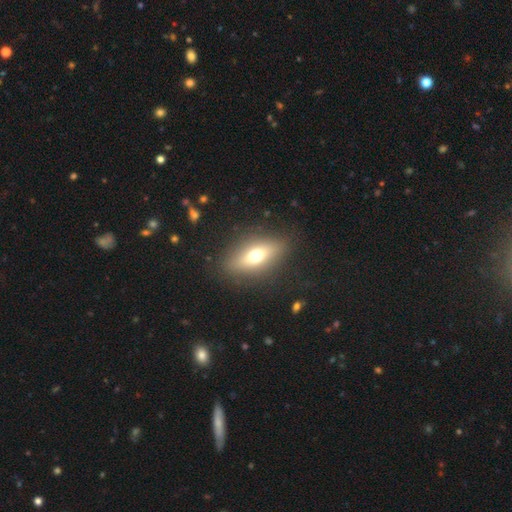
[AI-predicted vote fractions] Smooth or featured: smooth — 60% (featured or disk — 30%)
How rounded: in between — 70% (cigar-shaped — 19%)
Merging: none — 85% (minor disturbance — 10%)